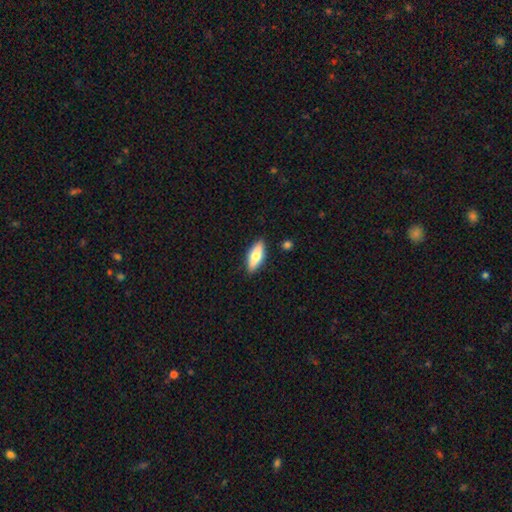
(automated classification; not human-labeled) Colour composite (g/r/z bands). It shows a smooth galaxy with no disk features (68%) that is in between round and cigar-shaped (71%). Merging: none (87%).